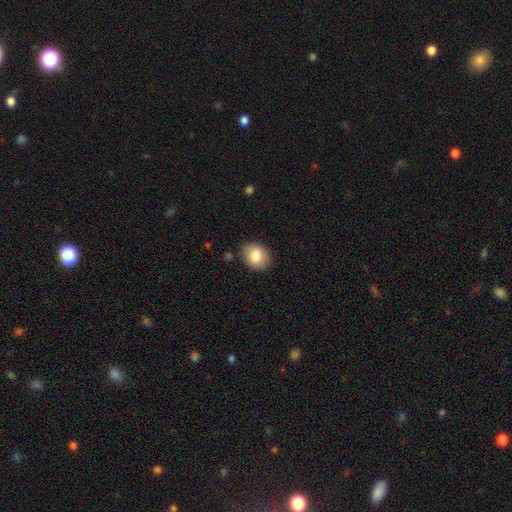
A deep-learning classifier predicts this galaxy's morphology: type=smooth (84%); roundness=round (52%); merging=none (84%).